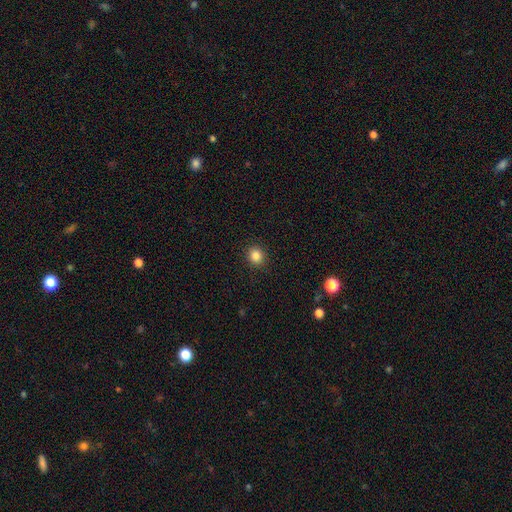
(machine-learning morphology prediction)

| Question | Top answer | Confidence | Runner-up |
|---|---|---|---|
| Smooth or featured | smooth | 85% | star or artifact (11%) |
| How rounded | round | 79% | in between (20%) |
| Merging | none | 91% | minor disturbance (6%) |